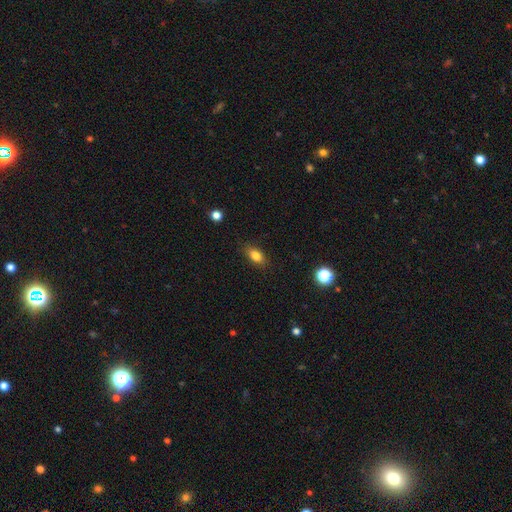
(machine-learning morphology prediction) Smooth or featured? Predicted: smooth (p=0.82). How rounded? Predicted: in between (p=0.82). Merging? Predicted: none (p=0.84).